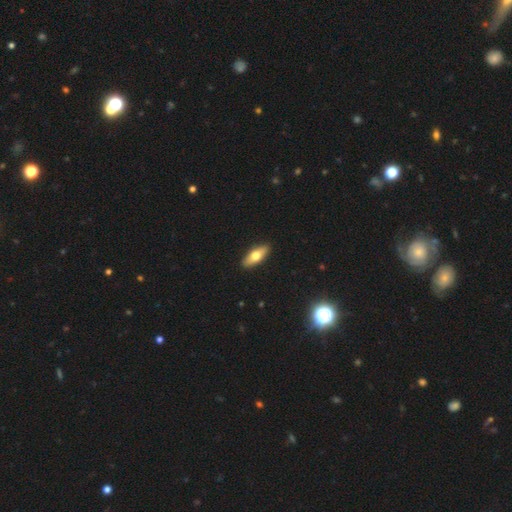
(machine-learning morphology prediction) This appears to be a smooth galaxy with no disk features (62%) that is in between round and cigar-shaped (68%). Merging: none (91%).